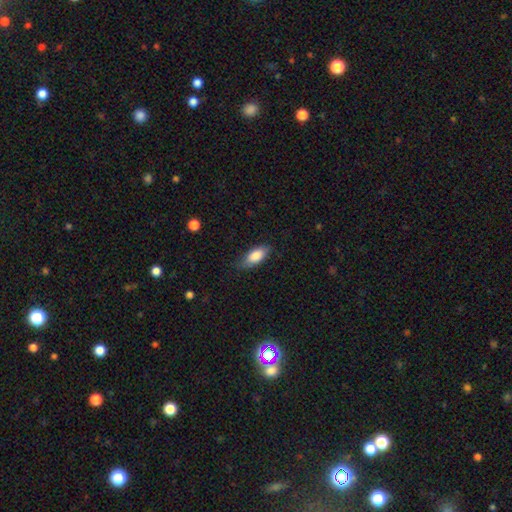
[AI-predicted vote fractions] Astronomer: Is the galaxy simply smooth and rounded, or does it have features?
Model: smooth — 82%.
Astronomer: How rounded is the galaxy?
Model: in between — 84%.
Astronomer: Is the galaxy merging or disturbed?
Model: none — 74%.